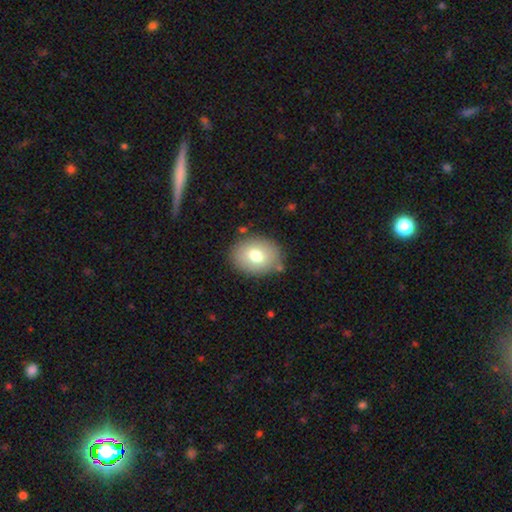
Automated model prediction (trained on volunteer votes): This appears to be a smooth galaxy with no disk features (74%) that is in between round and cigar-shaped (59%). Merging: none (82%).